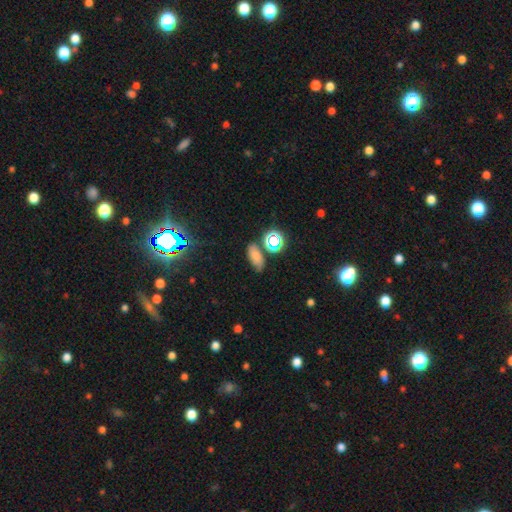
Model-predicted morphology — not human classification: A smooth galaxy with no disk features (70%) that is in between round and cigar-shaped (81%).

Vote fractions:
- Smooth or featured? smooth: 70% / star or artifact: 21% / featured or disk: 8%
- How rounded? in between: 81% / cigar-shaped: 10% / round: 9%
- Merging? none: 73% / minor disturbance: 14% / merger: 8% / major disturbance: 4%